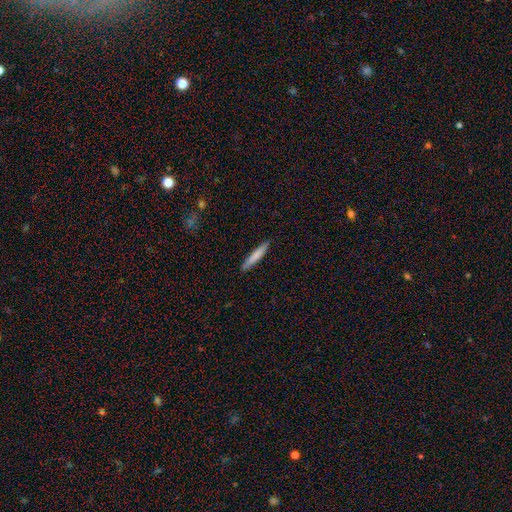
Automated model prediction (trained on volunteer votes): Smooth or featured? smooth (77%)
How rounded? cigar-shaped (94%)
Merging? none (90%)